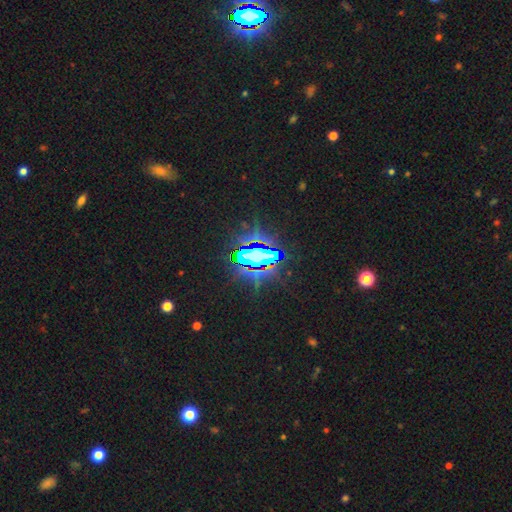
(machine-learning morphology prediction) A star or artifact, not a galaxy (65%).